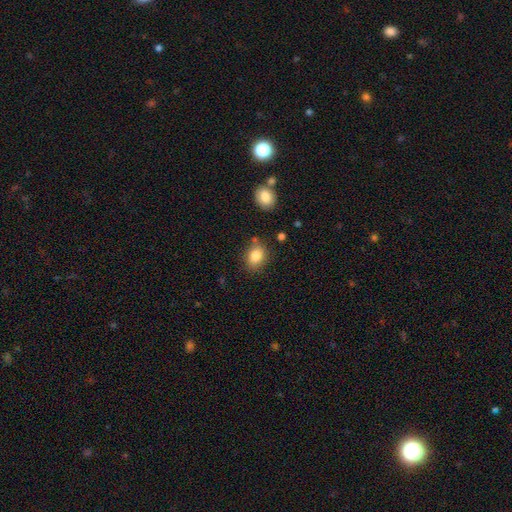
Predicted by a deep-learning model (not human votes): Smooth or featured? Predicted: smooth (p=0.84). How rounded? Predicted: in between (p=0.63). Merging? Predicted: none (p=0.74).